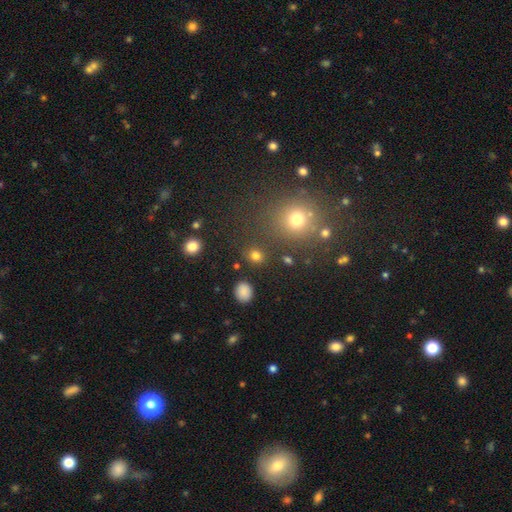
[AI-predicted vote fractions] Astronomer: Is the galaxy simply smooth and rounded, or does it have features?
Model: smooth — 79%.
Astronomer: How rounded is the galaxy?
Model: round — 76%.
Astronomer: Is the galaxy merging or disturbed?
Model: none — 84%.